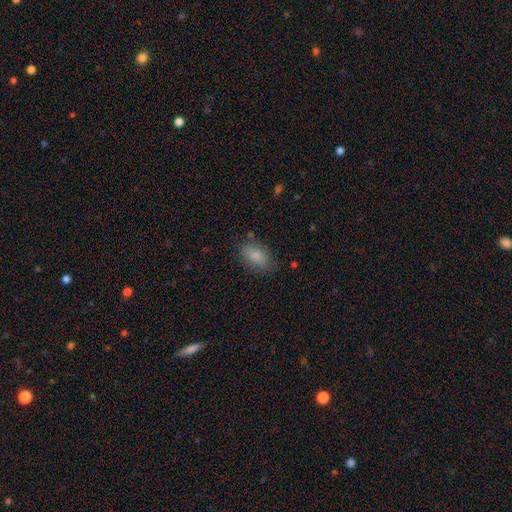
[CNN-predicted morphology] Overall: smooth (84%). How rounded: in between (87%). Merging: none (74%).